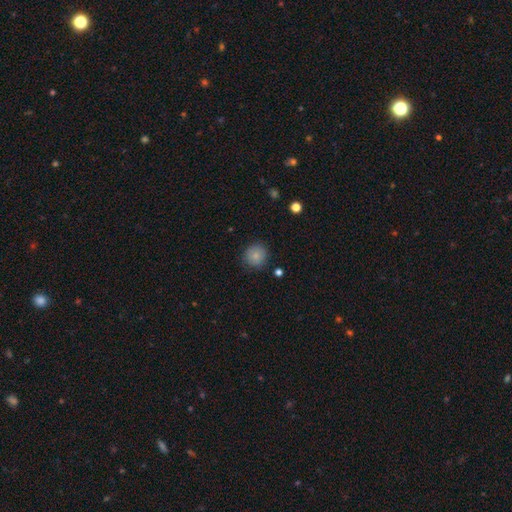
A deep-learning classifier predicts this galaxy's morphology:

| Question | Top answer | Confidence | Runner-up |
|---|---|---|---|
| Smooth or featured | smooth | 83% | star or artifact (10%) |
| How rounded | round | 89% | in between (10%) |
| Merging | none | 84% | minor disturbance (12%) |